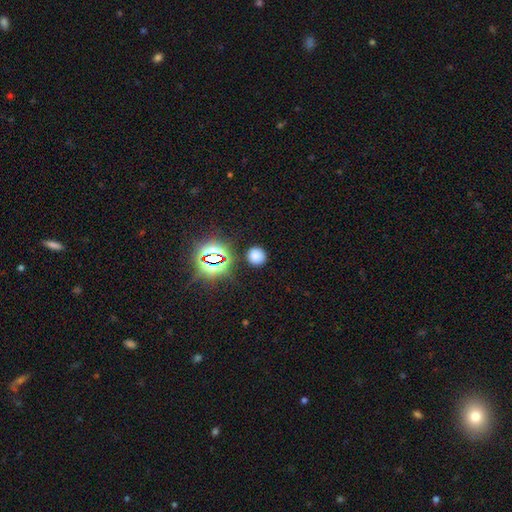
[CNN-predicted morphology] Q: Smooth or featured?
A: smooth (72%); runner-up: star or artifact (22%)
Q: How rounded?
A: round (88%); runner-up: in between (10%)
Q: Merging?
A: none (87%); runner-up: minor disturbance (8%)